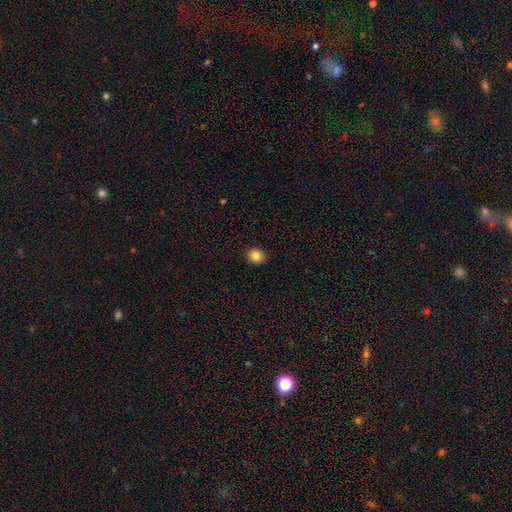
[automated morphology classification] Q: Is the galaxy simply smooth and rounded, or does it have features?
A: smooth — 84%.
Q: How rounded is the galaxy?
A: round — 76%.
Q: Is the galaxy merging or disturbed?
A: none — 92%.